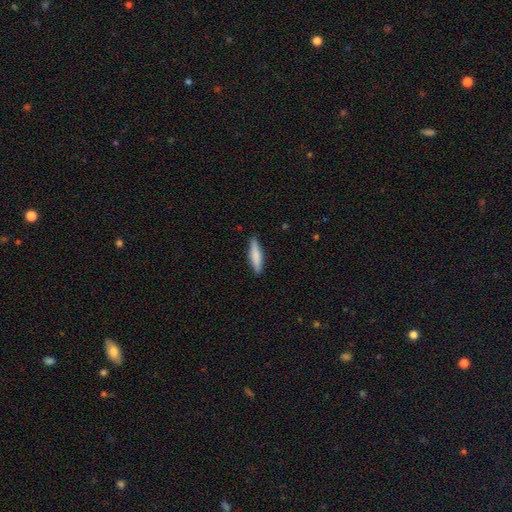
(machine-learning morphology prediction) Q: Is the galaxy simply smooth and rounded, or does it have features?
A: smooth — 79%.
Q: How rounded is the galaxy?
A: cigar-shaped — 77%.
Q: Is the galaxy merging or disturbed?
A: none — 88%.